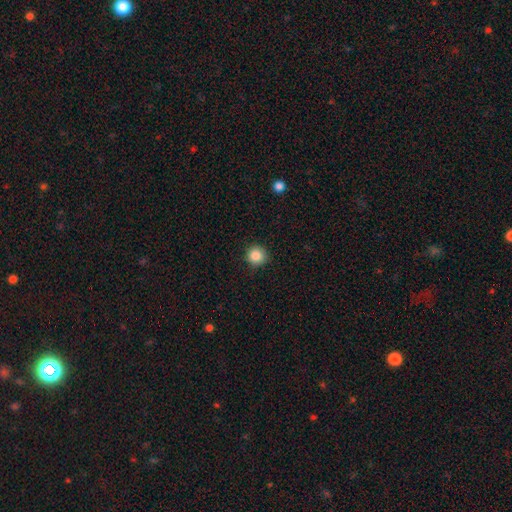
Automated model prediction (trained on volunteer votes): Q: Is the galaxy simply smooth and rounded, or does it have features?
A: smooth — 86%.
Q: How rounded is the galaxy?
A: round — 94%.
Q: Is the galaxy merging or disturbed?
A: none — 89%.